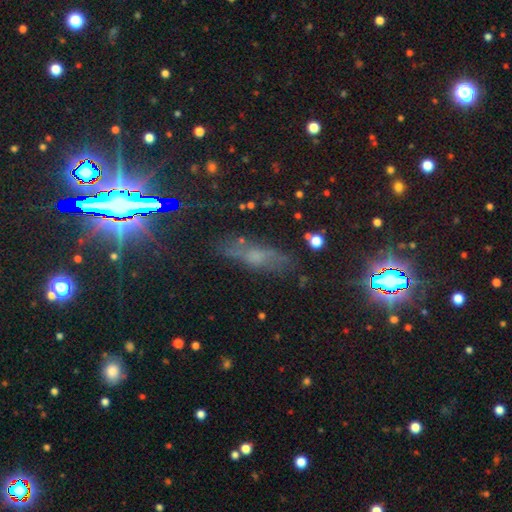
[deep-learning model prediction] smooth 37%, featured or disk 34%, star or artifact 29%. Down the decision tree: merging — none (72%).